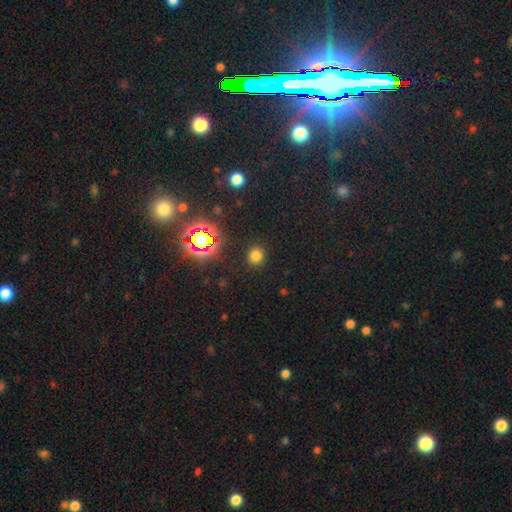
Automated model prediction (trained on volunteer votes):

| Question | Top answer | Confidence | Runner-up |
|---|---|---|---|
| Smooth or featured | smooth | 73% | star or artifact (21%) |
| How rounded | round | 90% | in between (9%) |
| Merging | none | 90% | minor disturbance (6%) |